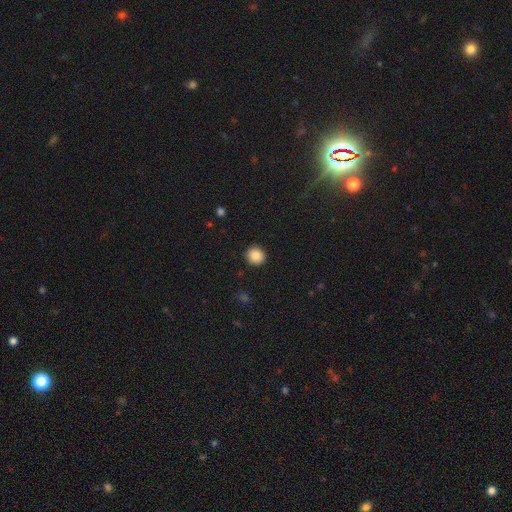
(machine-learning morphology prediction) smooth-or-featured: smooth: 87% | star or artifact: 9% | featured or disk: 4%
  how-rounded: round: 93% | in between: 6% | cigar-shaped: 1%
  merging: none: 92% | minor disturbance: 5% | major disturbance: 2% | merger: 1%